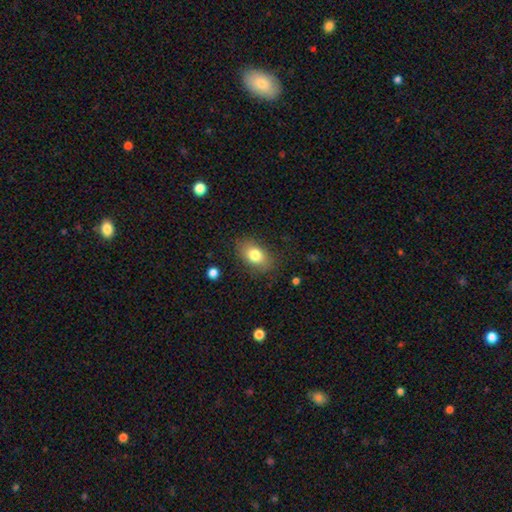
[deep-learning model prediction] Smooth or featured: smooth — 79% (featured or disk — 11%)
How rounded: in between — 84% (round — 13%)
Merging: none — 85% (minor disturbance — 11%)